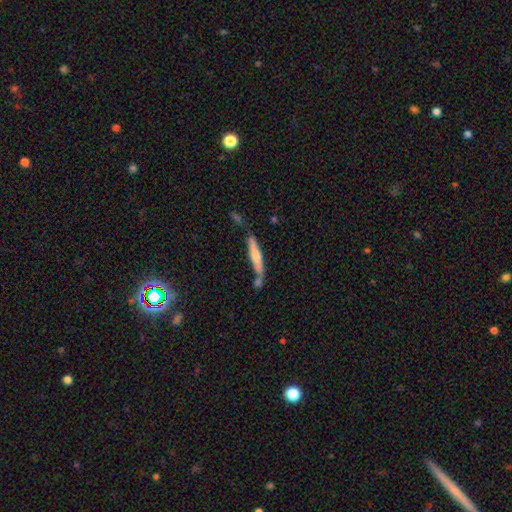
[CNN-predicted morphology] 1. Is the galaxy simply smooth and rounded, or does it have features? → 60% smooth, 34% featured or disk, 6% star or artifact.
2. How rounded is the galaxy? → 91% cigar-shaped, 8% in between, 1% round.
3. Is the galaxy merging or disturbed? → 57% none, 20% merger, 18% minor disturbance, 5% major disturbance.